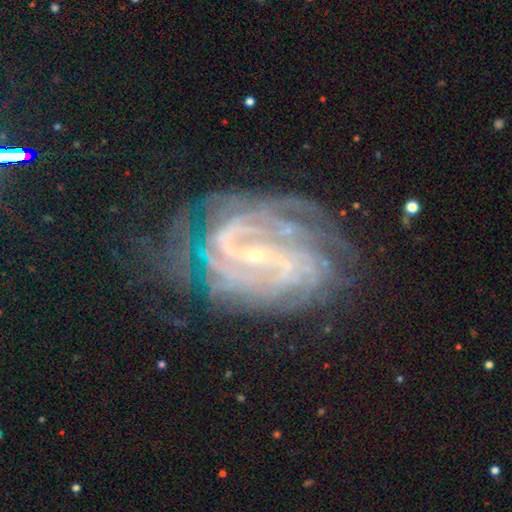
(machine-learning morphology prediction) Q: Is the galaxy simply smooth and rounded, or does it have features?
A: featured or disk — 86%.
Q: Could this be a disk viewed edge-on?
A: no — 97%.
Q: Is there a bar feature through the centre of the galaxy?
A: weak — 42%.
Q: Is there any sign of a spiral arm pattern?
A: yes — 95%.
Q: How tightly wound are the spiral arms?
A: tight — 63%.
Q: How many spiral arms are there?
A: can't tell — 34%.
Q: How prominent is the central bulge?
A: small — 82%.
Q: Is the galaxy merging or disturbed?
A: none — 63%.